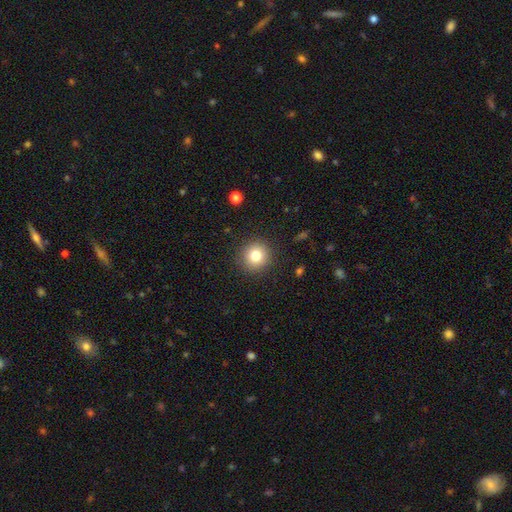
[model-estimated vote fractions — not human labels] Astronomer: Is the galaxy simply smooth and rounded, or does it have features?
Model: smooth — 80%.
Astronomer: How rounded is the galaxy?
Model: round — 94%.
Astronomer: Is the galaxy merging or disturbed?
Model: none — 90%.